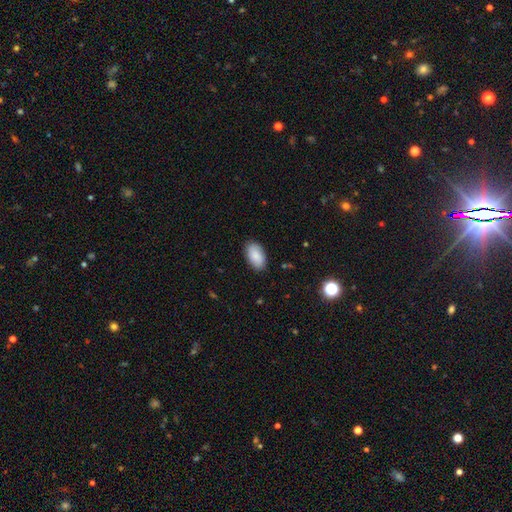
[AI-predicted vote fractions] Smooth or featured? smooth (88%)
How rounded? in between (95%)
Merging? none (88%)